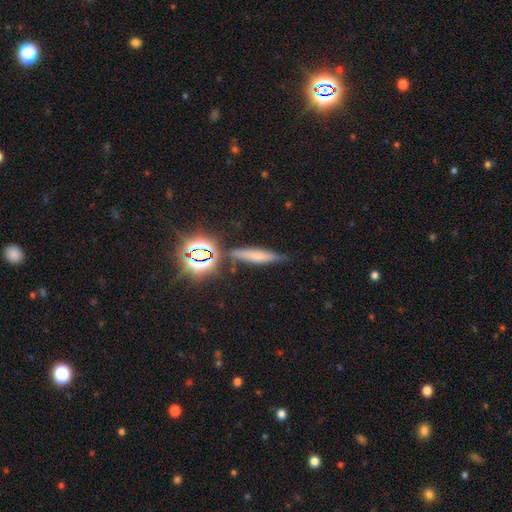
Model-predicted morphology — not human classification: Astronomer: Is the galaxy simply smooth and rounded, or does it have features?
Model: smooth — 53%.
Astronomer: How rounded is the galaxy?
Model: cigar-shaped — 78%.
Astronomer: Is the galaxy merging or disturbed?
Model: none — 76%.